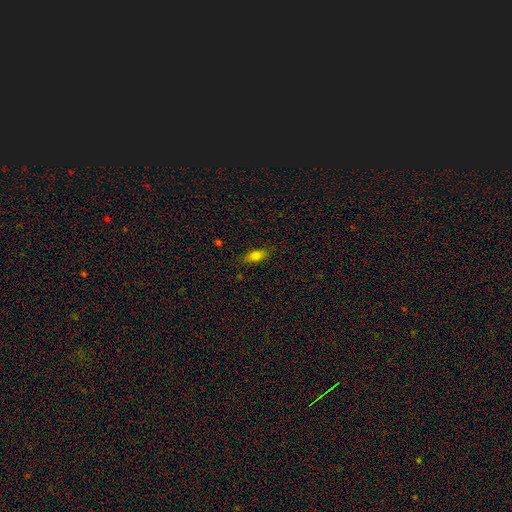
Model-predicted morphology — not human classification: Smooth or featured: smooth — 76% (featured or disk — 14%)
How rounded: in between — 76% (cigar-shaped — 18%)
Merging: none — 82% (minor disturbance — 14%)